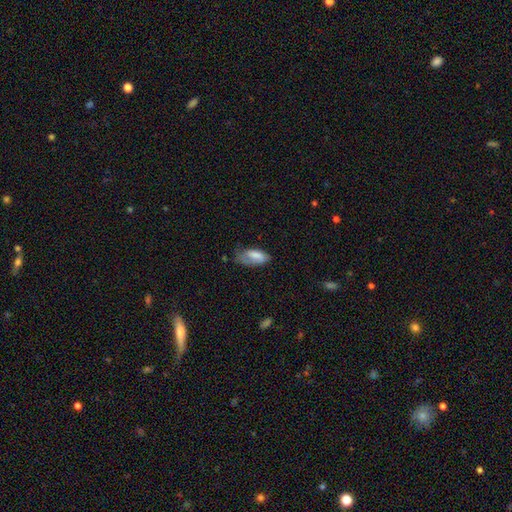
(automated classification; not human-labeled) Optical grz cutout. It shows a smooth galaxy with no disk features (76%) that is in between round and cigar-shaped (86%). Merging: minor disturbance (40%).